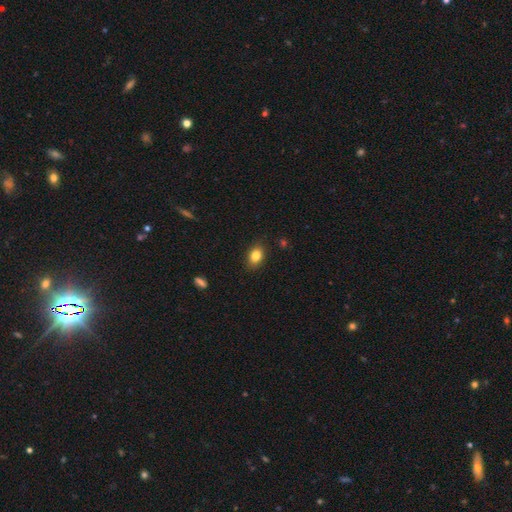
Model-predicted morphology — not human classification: smooth-or-featured: smooth: 83% | star or artifact: 10% | featured or disk: 7%
  how-rounded: in between: 74% | round: 24% | cigar-shaped: 1%
  merging: none: 86% | minor disturbance: 11% | major disturbance: 2% | merger: 1%